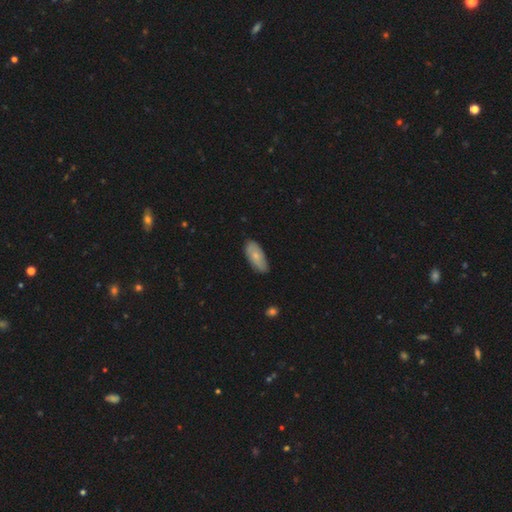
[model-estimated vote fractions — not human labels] smooth_or_featured: smooth (p=0.65) [alt: featured or disk p=0.29]
how_rounded: in between (p=0.86) [alt: cigar-shaped p=0.11]
merging: none (p=0.78) [alt: minor disturbance p=0.18]